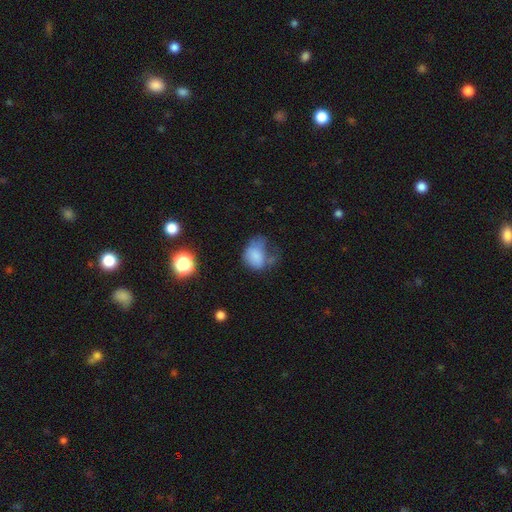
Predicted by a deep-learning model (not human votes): The model was most divided on "merging": major disturbance: 43%, minor disturbance: 28%, none: 23%, merger: 6%. More confident: smooth or featured — smooth (72%); how rounded — in between (63%).